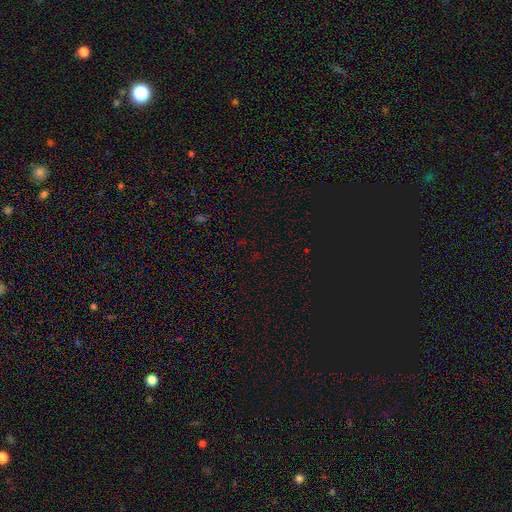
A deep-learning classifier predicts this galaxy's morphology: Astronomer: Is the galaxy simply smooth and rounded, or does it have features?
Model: star or artifact — 71%.